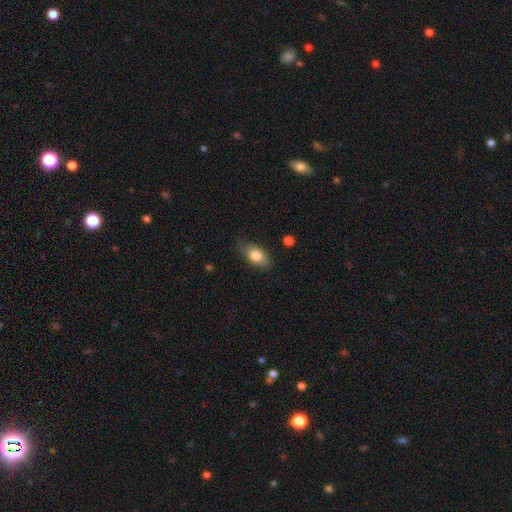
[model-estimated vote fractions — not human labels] smooth 78%, featured or disk 15%, star or artifact 7%. Down the decision tree: how rounded — in between (88%); merging — none (75%).